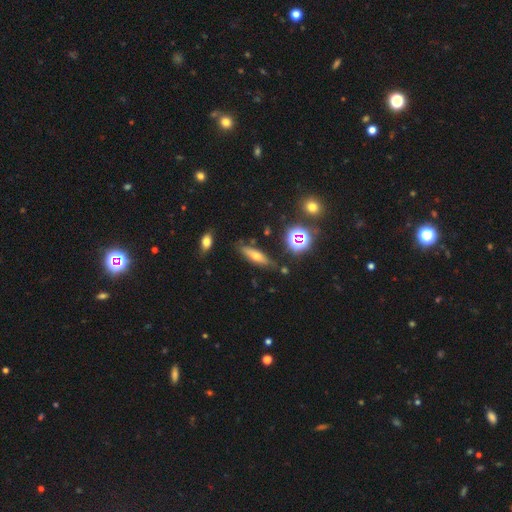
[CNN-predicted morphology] Q: Smooth or featured?
A: smooth (48%); runner-up: featured or disk (36%)
Q: Merging?
A: none (77%); runner-up: minor disturbance (16%)